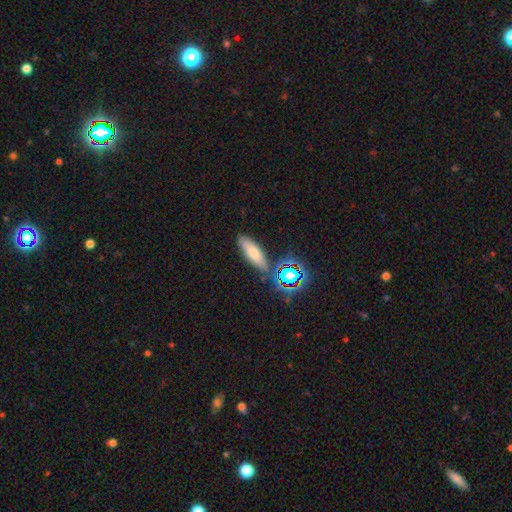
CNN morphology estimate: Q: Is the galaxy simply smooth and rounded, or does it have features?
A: smooth — 67%.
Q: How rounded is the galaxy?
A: cigar-shaped — 50%.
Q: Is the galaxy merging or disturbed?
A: none — 82%.